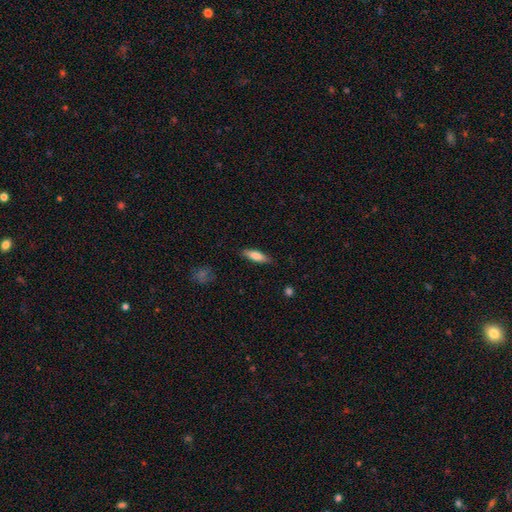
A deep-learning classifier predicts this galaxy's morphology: Smooth or featured?
  - smooth: 76% *
  - featured or disk: 18%
  - star or artifact: 6%
How rounded?
  - cigar-shaped: 54% *
  - in between: 44%
  - round: 2%
Merging?
  - none: 84% *
  - minor disturbance: 12%
  - major disturbance: 3%
  - merger: 1%